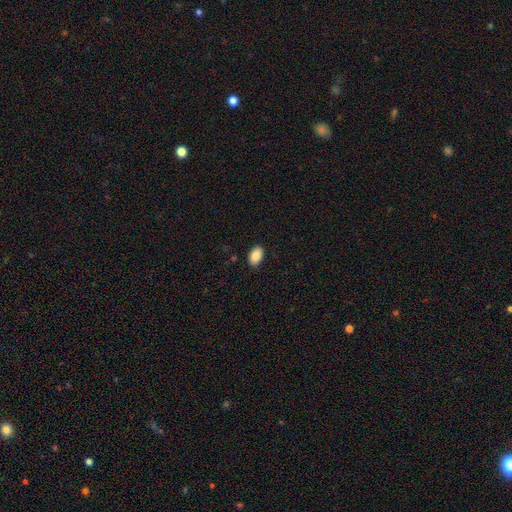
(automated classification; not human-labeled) smooth 87%, star or artifact 7%, featured or disk 5%. Down the decision tree: how rounded — in between (91%); merging — none (89%).